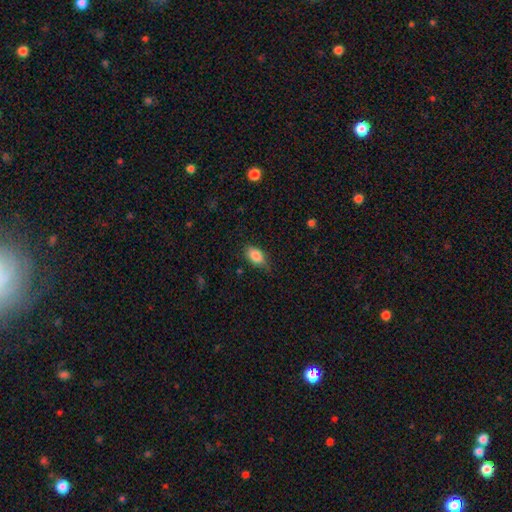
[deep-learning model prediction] The model was most divided on "merging": none: 73%, minor disturbance: 21%, major disturbance: 4%, merger: 1%. More confident: how rounded — in between (89%); smooth or featured — smooth (85%).